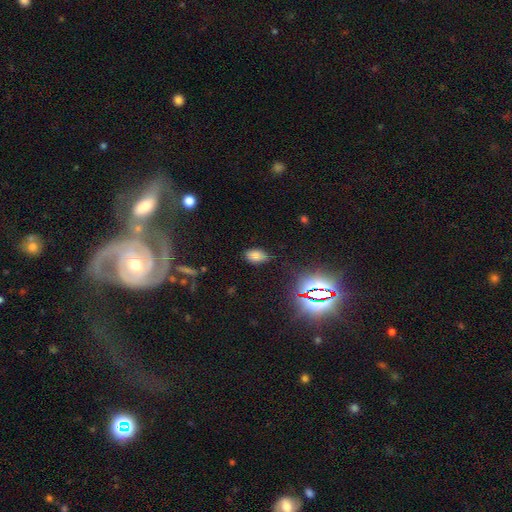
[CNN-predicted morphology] Q: Smooth or featured?
A: smooth (73%); runner-up: star or artifact (19%)
Q: How rounded?
A: in between (91%); runner-up: round (6%)
Q: Merging?
A: none (78%); runner-up: minor disturbance (17%)